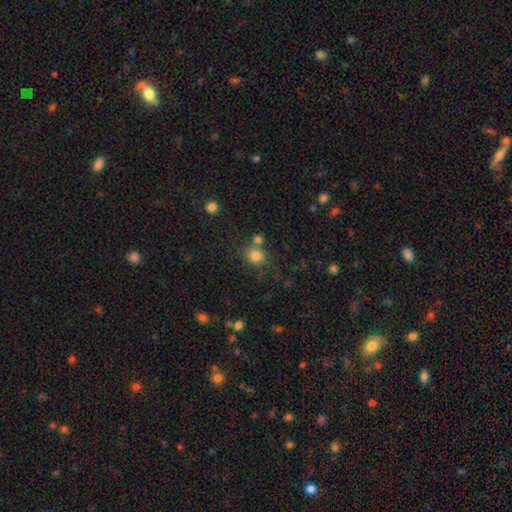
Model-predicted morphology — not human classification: Overall: smooth (80%). How rounded: round (86%). Merging: none (63%).